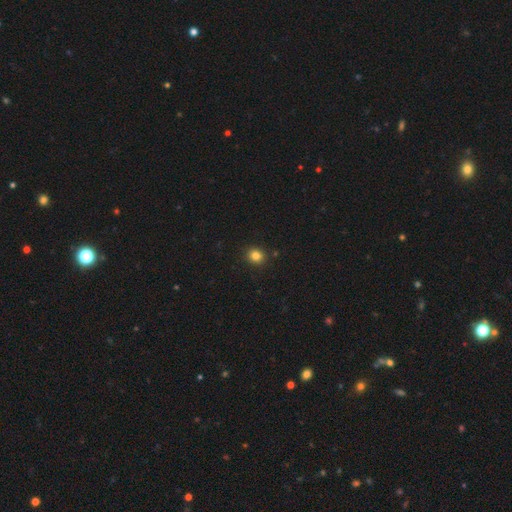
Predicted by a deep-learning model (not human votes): smooth_or_featured: smooth (p=0.82) [alt: star or artifact p=0.13]
how_rounded: round (p=0.83) [alt: in between p=0.17]
merging: none (p=0.90) [alt: minor disturbance p=0.07]